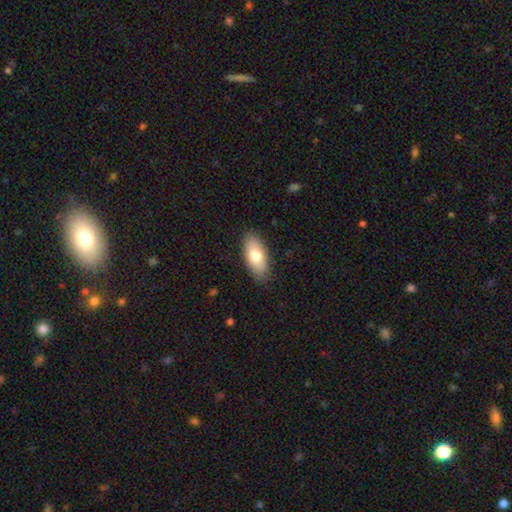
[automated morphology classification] Overall: smooth (74%). How rounded: in between (88%). Merging: none (86%).